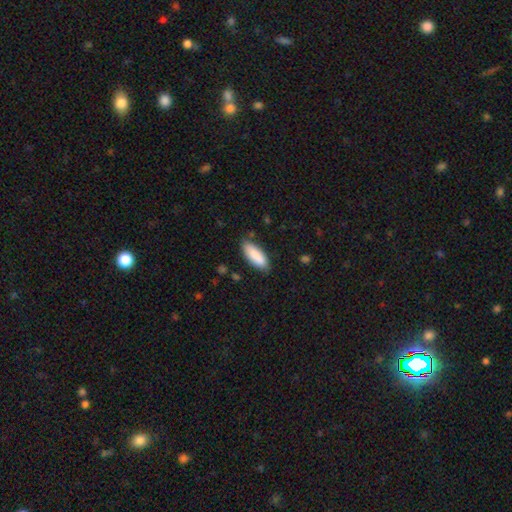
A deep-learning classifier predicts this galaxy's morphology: smooth 89%, star or artifact 6%, featured or disk 5%. Down the decision tree: how rounded — in between (73%); merging — none (82%).